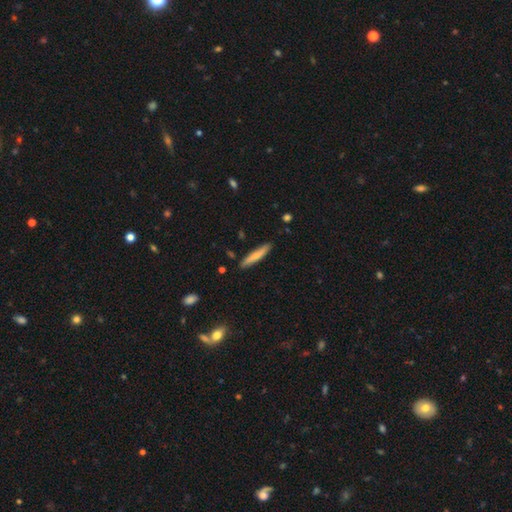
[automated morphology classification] Smooth or featured? smooth (67%)
How rounded? cigar-shaped (90%)
Merging? none (88%)